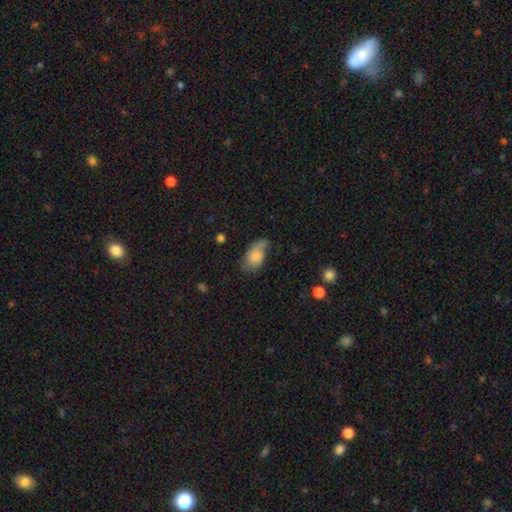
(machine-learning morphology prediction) type=smooth (69%); roundness=in between (90%); merging=none (39%).